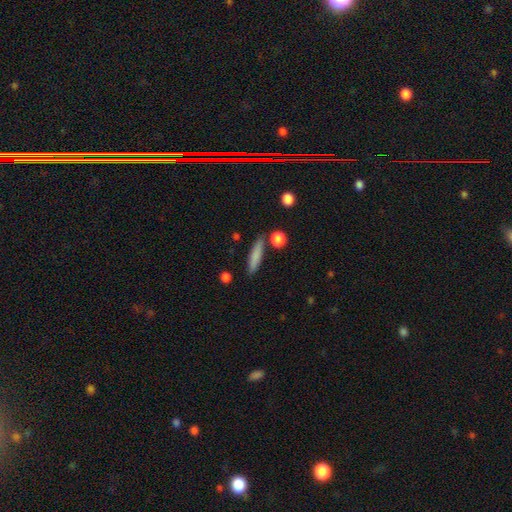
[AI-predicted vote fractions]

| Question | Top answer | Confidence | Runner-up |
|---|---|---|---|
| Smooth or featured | smooth | 79% | featured or disk (15%) |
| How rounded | cigar-shaped | 82% | in between (15%) |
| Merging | none | 82% | minor disturbance (11%) |